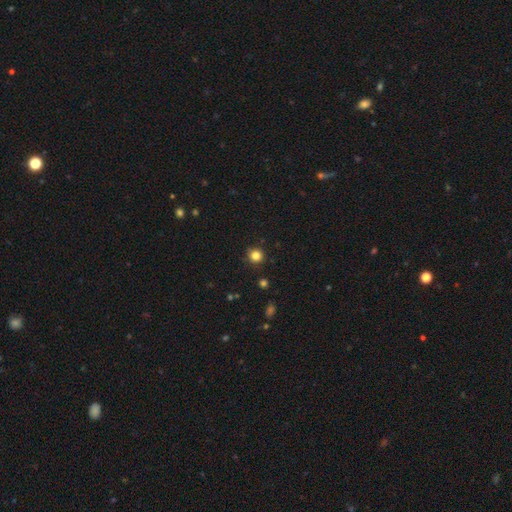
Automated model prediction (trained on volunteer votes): This is clearly a smooth galaxy (83%). How rounded: clearly round (94%). Merging: clearly none (90%).